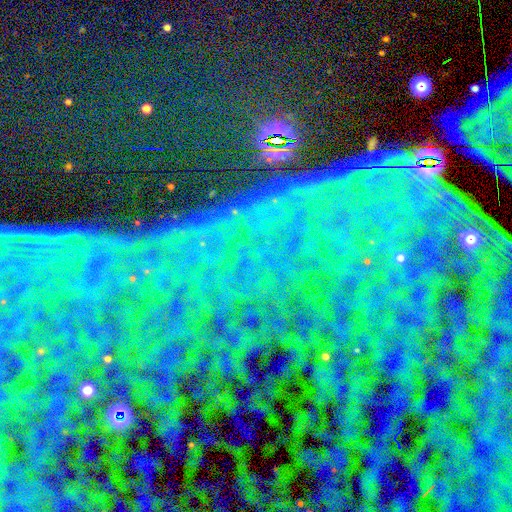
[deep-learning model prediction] This is clearly a star or artifact rather than a galaxy (83%).